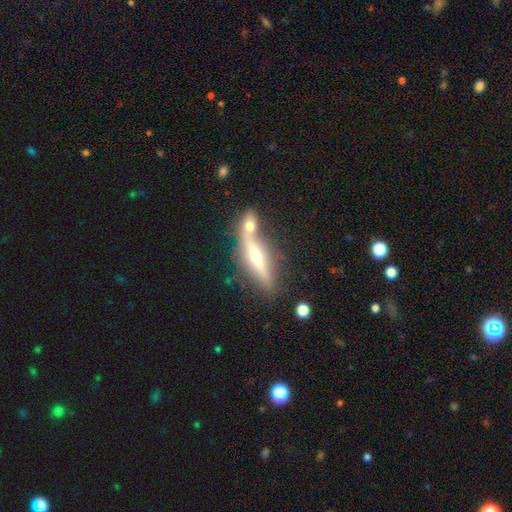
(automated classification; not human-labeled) Smooth or featured? featured or disk (59%)
Edge-on disk? yes (89%)
Edge-on bulge? rounded (69%)
Merging? none (49%)